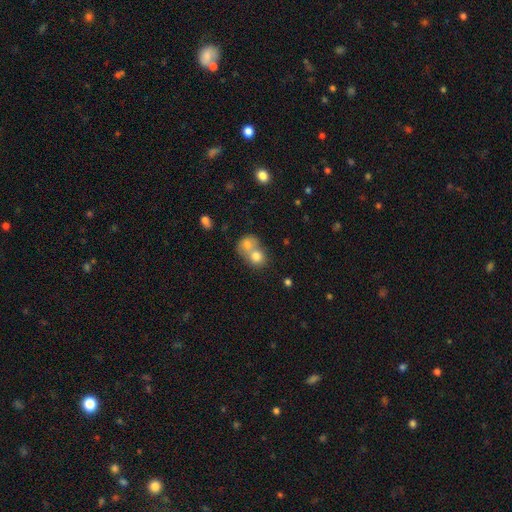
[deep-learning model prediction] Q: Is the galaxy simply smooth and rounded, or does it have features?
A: smooth — 75%.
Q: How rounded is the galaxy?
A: round — 70%.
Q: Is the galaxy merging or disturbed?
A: merger — 68%.